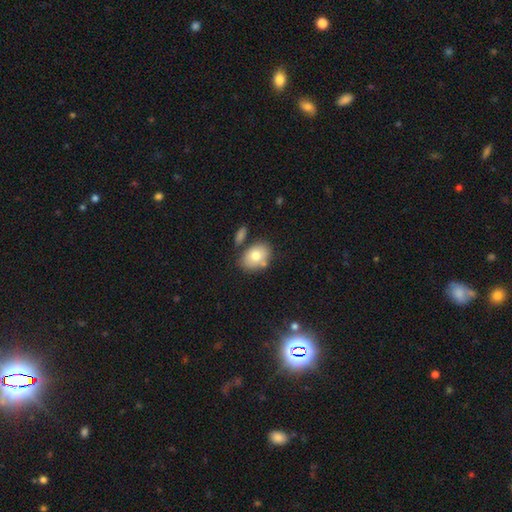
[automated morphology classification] A smooth galaxy with no disk features (75%) that is in between round and cigar-shaped (75%).

Vote fractions:
- Smooth or featured? smooth: 75% / featured or disk: 17% / star or artifact: 8%
- How rounded? in between: 75% / round: 24% / cigar-shaped: 1%
- Merging? none: 66% / minor disturbance: 15% / merger: 15% / major disturbance: 4%